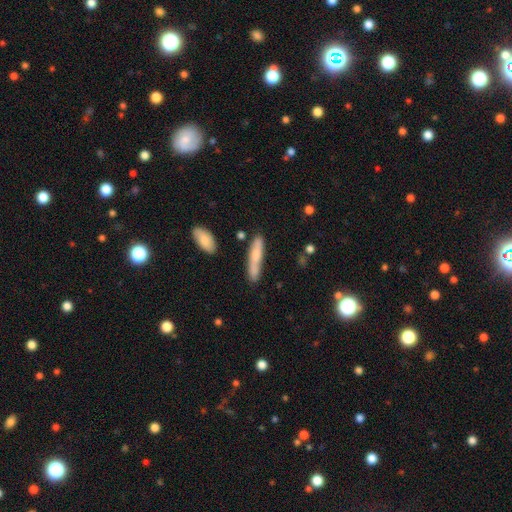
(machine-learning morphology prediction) smooth_or_featured: smooth (p=0.67) [alt: featured or disk p=0.27]
how_rounded: cigar-shaped (p=0.86) [alt: in between p=0.12]
merging: none (p=0.71) [alt: minor disturbance p=0.19]